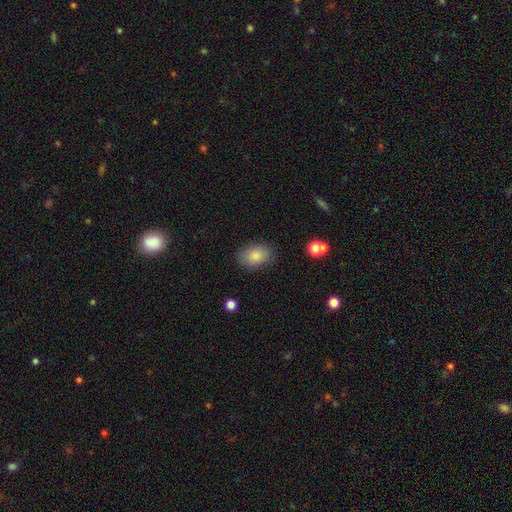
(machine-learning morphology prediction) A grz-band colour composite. It shows a smooth galaxy with no disk features (86%) that is in between round and cigar-shaped (85%). Merging: none (83%).